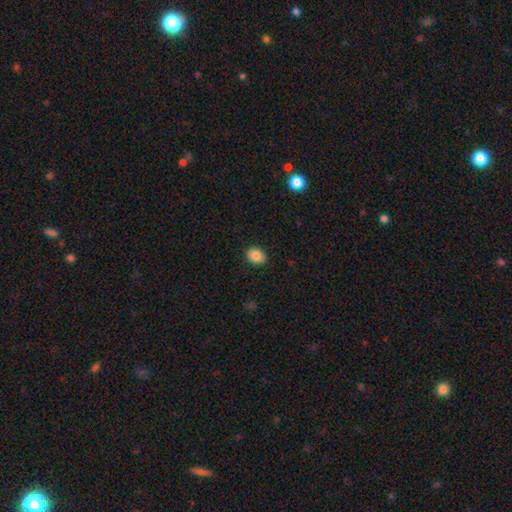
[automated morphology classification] A smooth galaxy with no disk features (86%) that is in between round and cigar-shaped (51%). Merging: none (89%).